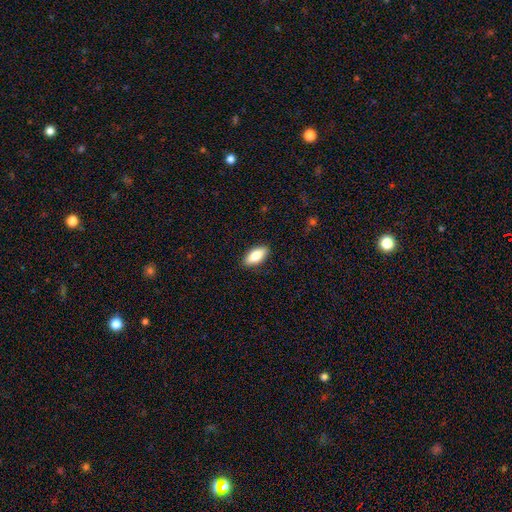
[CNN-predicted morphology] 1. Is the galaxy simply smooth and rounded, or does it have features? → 79% smooth, 15% featured or disk, 6% star or artifact.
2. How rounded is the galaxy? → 85% in between, 12% cigar-shaped, 3% round.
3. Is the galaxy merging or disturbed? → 89% none, 8% minor disturbance, 2% major disturbance, 1% merger.